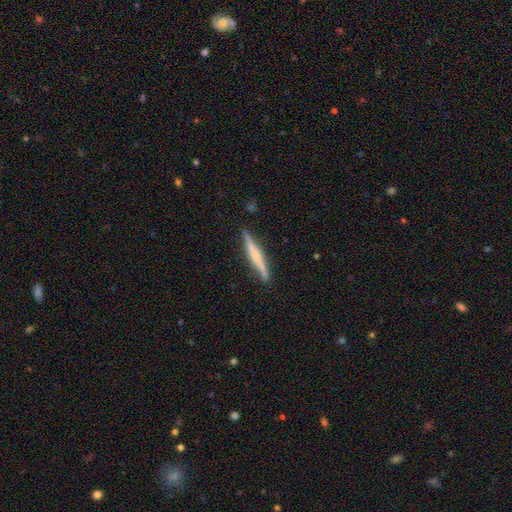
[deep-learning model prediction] This appears to be a featured or disk galaxy (59%) viewed edge-on (97%) with a rounded central bulge (53%). Merging: none (88%).